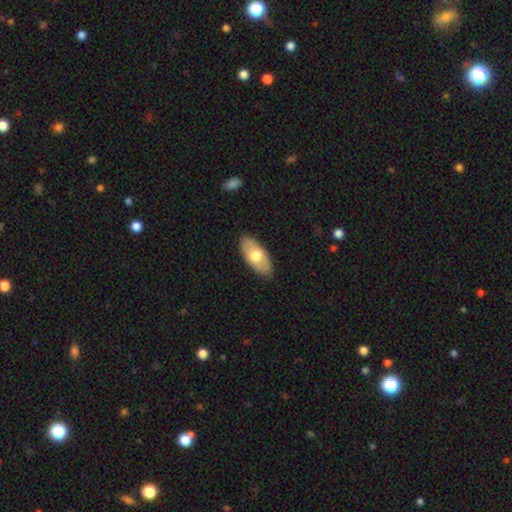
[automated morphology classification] smooth_or_featured: smooth (p=0.62) [alt: featured or disk p=0.32]
how_rounded: in between (p=0.91) [alt: cigar-shaped p=0.06]
merging: none (p=0.85) [alt: minor disturbance p=0.11]